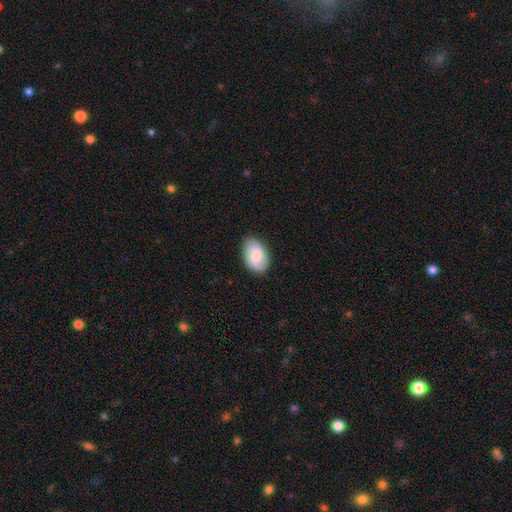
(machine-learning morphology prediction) Overall: smooth (68%). How rounded: in between (88%). Merging: none (83%).